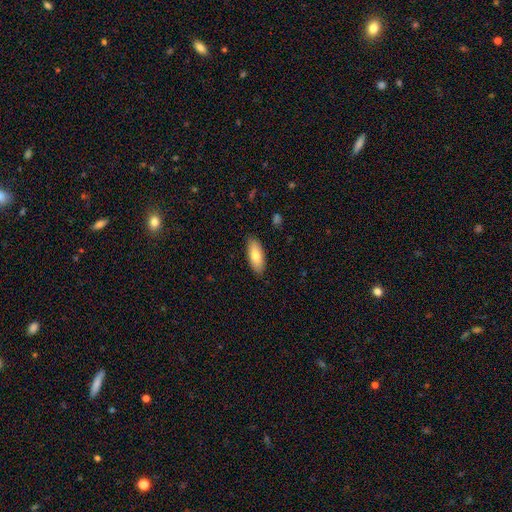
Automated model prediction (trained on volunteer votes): Smooth or featured: smooth — 77% (featured or disk — 17%)
How rounded: in between — 80% (cigar-shaped — 18%)
Merging: none — 87% (minor disturbance — 10%)